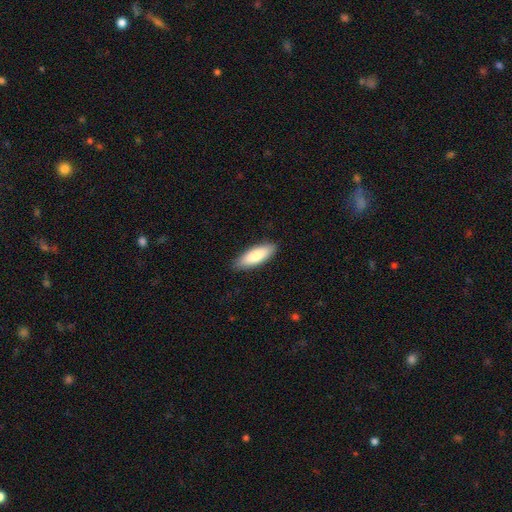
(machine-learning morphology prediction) A smooth galaxy with no disk features (83%) that is in between round and cigar-shaped (63%).

Vote fractions:
- Smooth or featured? smooth: 83% / featured or disk: 12% / star or artifact: 5%
- How rounded? in between: 63% / cigar-shaped: 36% / round: 2%
- Merging? none: 88% / minor disturbance: 9% / major disturbance: 2% / merger: 1%